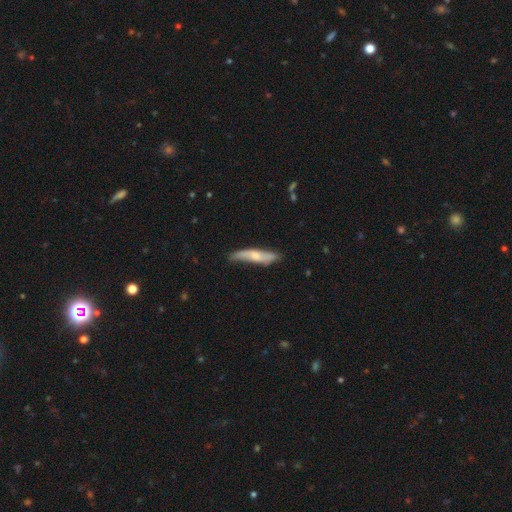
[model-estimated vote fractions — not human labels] smooth-or-featured: smooth: 50% | featured or disk: 44% | star or artifact: 5%
  how-rounded: cigar-shaped: 79% | in between: 19% | round: 2%
  merging: none: 64% | minor disturbance: 28% | major disturbance: 6% | merger: 2%